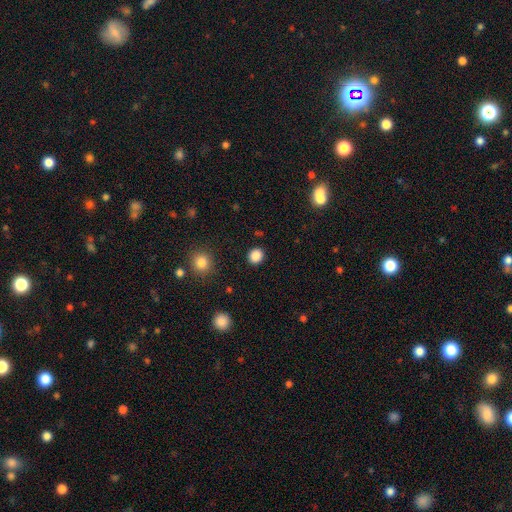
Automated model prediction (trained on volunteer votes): Smooth or featured?
  - smooth: 87% *
  - star or artifact: 10%
  - featured or disk: 3%
How rounded?
  - round: 79% *
  - in between: 20%
  - cigar-shaped: 1%
Merging?
  - none: 90% *
  - minor disturbance: 6%
  - major disturbance: 2%
  - merger: 1%